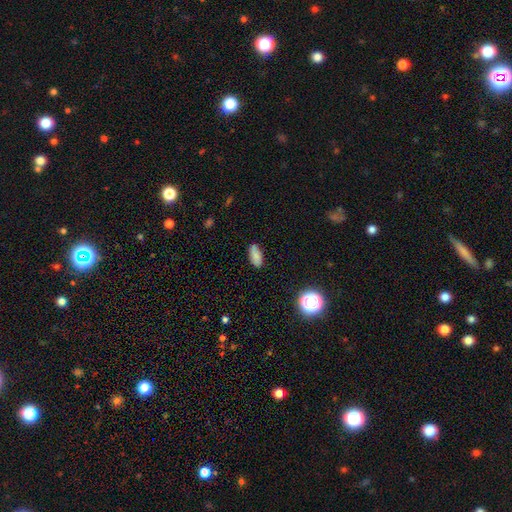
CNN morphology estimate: Q: Smooth or featured?
A: smooth (81%); runner-up: star or artifact (10%)
Q: How rounded?
A: in between (86%); runner-up: cigar-shaped (10%)
Q: Merging?
A: none (82%); runner-up: minor disturbance (14%)